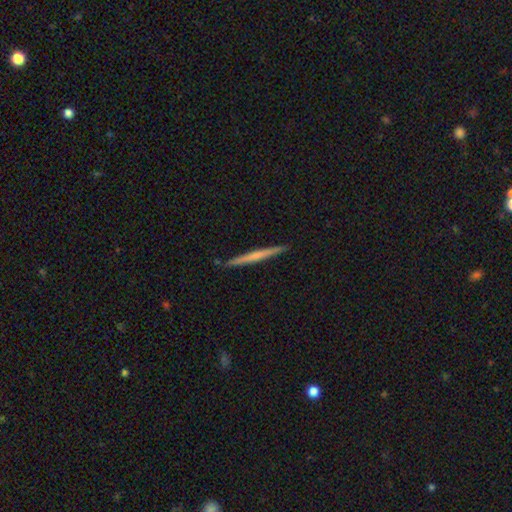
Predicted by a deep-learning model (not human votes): Smooth or featured: featured or disk — 50% (smooth — 45%)
Edge-on disk: yes — 98% (no — 2%)
Merging: none — 92% (minor disturbance — 6%)